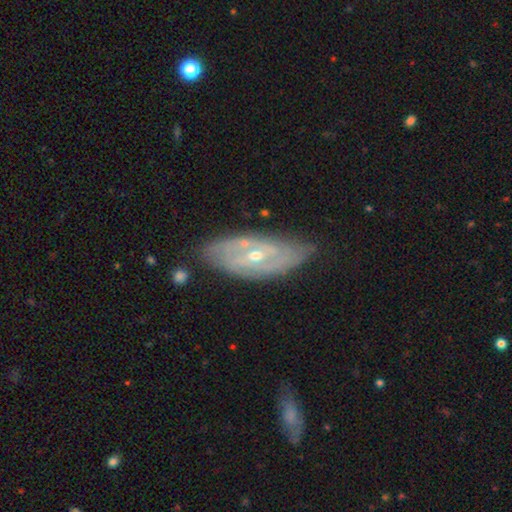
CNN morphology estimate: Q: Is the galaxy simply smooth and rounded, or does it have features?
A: featured or disk — 82%.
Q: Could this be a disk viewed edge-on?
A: no — 89%.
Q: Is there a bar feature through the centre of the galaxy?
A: weak — 44%.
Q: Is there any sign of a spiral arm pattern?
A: yes — 83%.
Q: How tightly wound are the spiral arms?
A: tight — 59%.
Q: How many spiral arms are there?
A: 2 — 55%.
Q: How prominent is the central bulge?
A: moderate — 53%.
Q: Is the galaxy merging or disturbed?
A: none — 75%.